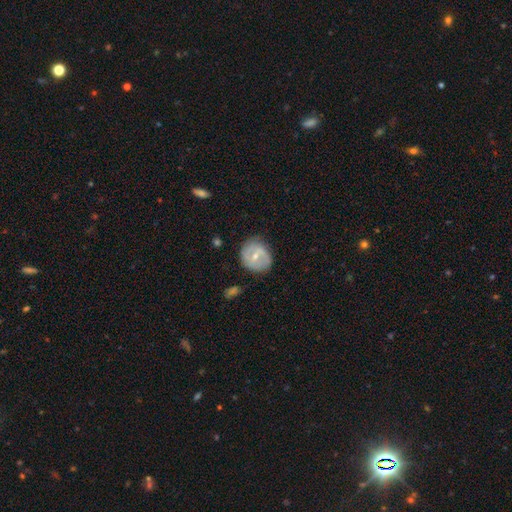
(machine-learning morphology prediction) Smooth or featured: featured or disk — 55% (smooth — 38%)
Edge-on disk: no — 96% (yes — 4%)
Bar: weak — 49% (no — 33%)
Spiral arms: yes — 59% (no — 41%)
Bulge size: small — 50% (moderate — 46%)
Merging: none — 69% (minor disturbance — 22%)